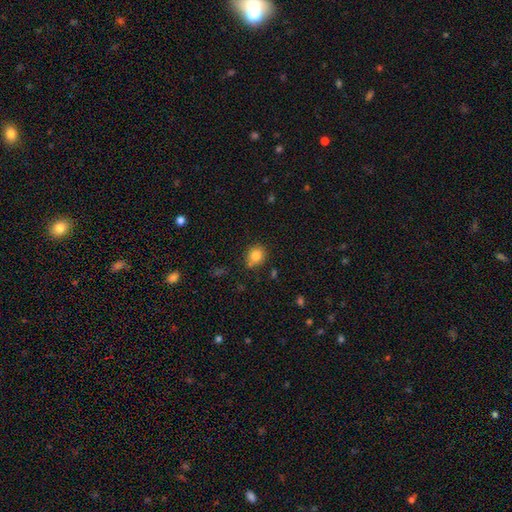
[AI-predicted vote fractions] smooth-or-featured: smooth: 83% | star or artifact: 11% | featured or disk: 7%
  how-rounded: round: 79% | in between: 20% | cigar-shaped: 1%
  merging: none: 77% | minor disturbance: 14% | merger: 5% | major disturbance: 3%